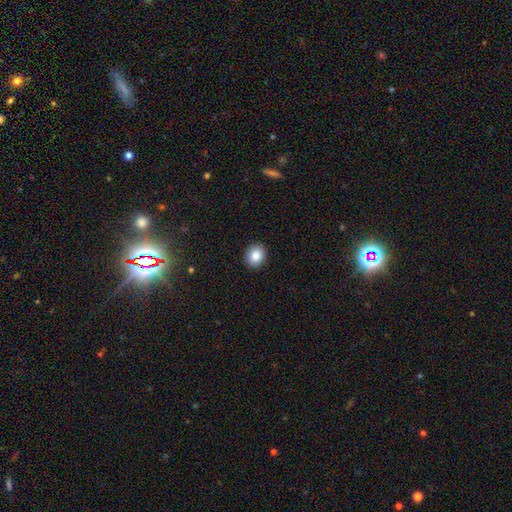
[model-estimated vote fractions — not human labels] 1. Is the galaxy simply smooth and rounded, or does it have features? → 86% smooth, 9% star or artifact, 5% featured or disk.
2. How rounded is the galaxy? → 76% round, 23% in between, 1% cigar-shaped.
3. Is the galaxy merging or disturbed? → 92% none, 6% minor disturbance, 2% major disturbance, 1% merger.